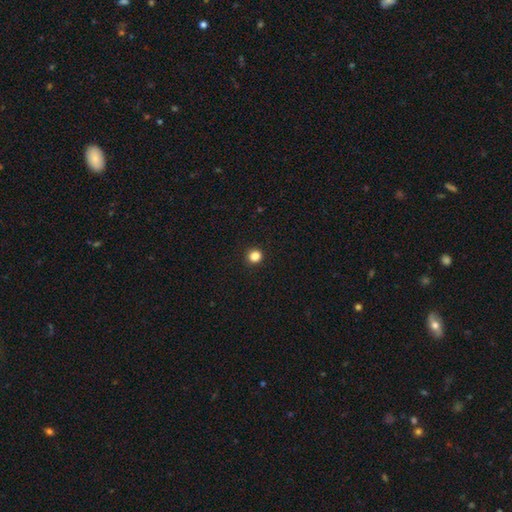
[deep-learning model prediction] Smooth or featured?
  - smooth: 85% *
  - star or artifact: 12%
  - featured or disk: 3%
How rounded?
  - round: 91% *
  - in between: 9%
  - cigar-shaped: 1%
Merging?
  - none: 93% *
  - minor disturbance: 5%
  - major disturbance: 2%
  - merger: 1%